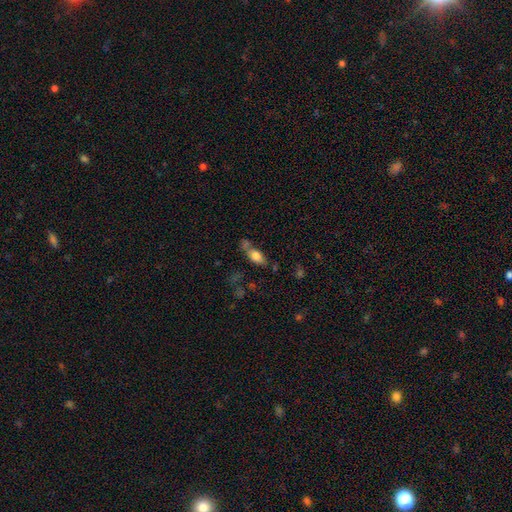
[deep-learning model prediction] A smooth galaxy with no disk features (76%) that is in between round and cigar-shaped (82%).

Vote fractions:
- Smooth or featured? smooth: 76% / featured or disk: 15% / star or artifact: 9%
- How rounded? in between: 82% / cigar-shaped: 10% / round: 7%
- Merging? none: 43% / merger: 28% / minor disturbance: 19% / major disturbance: 11%